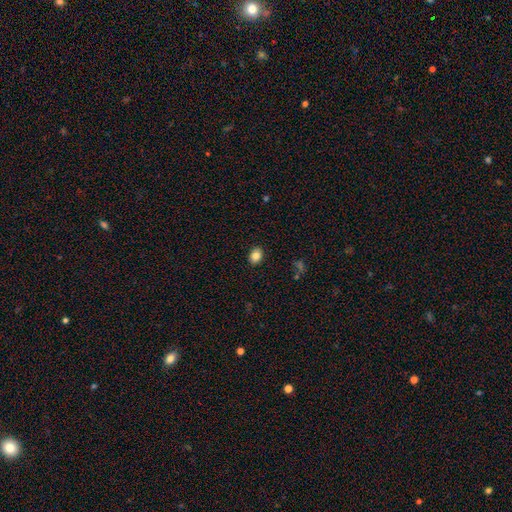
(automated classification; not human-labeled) smooth 85%, star or artifact 10%, featured or disk 6%. Down the decision tree: how rounded — in between (62%); merging — none (90%).